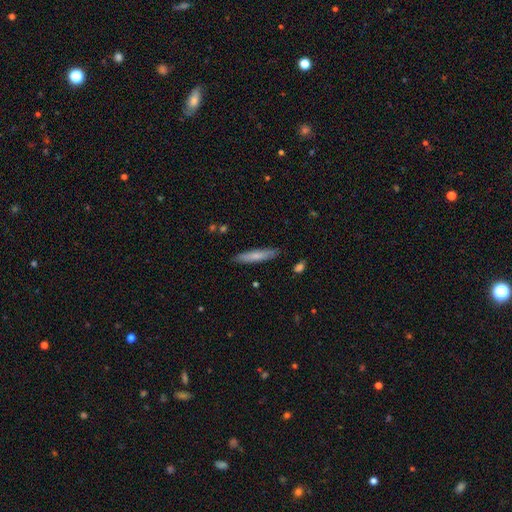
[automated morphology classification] A smooth galaxy with no disk features (69%) that is cigar-shaped (88%). Merging: none (87%).